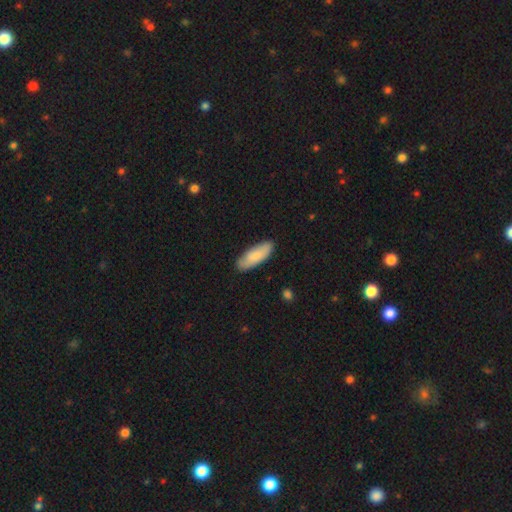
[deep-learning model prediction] Smooth or featured: smooth — 83% (featured or disk — 11%)
How rounded: in between — 65% (cigar-shaped — 34%)
Merging: none — 85% (minor disturbance — 12%)